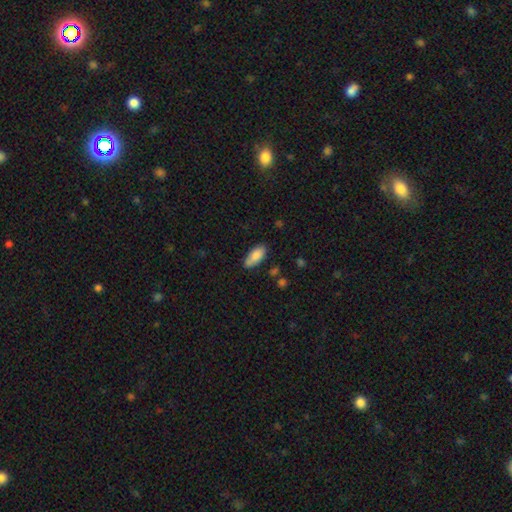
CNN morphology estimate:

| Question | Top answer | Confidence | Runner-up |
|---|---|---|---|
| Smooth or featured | smooth | 84% | featured or disk (10%) |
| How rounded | in between | 86% | cigar-shaped (12%) |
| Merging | none | 70% | minor disturbance (21%) |